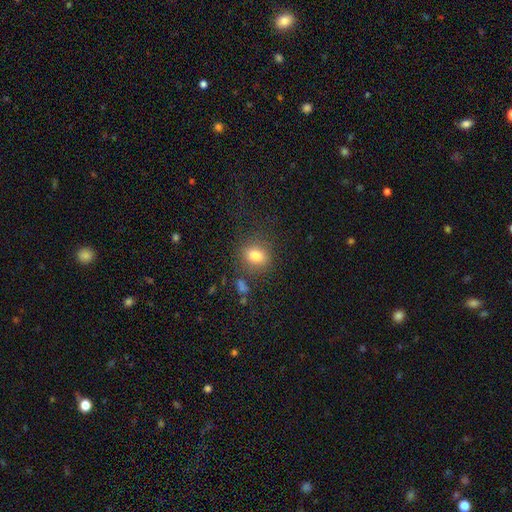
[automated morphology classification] The model was most divided on "how rounded": round: 57%, in between: 42%, cigar-shaped: 1%. More confident: smooth or featured — smooth (79%); merging — none (78%).